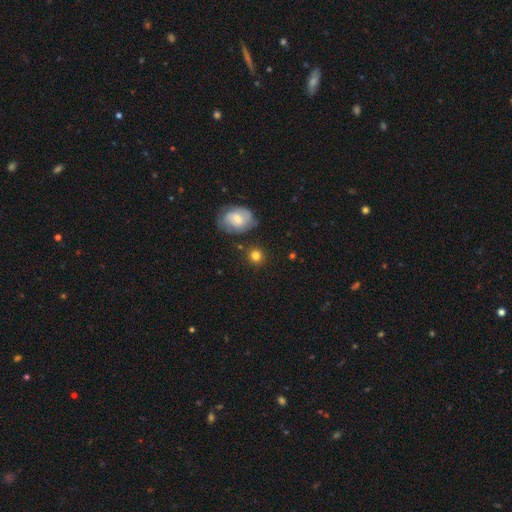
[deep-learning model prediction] Smooth or featured? Predicted: smooth (p=0.79). How rounded? Predicted: round (p=0.87). Merging? Predicted: none (p=0.81).